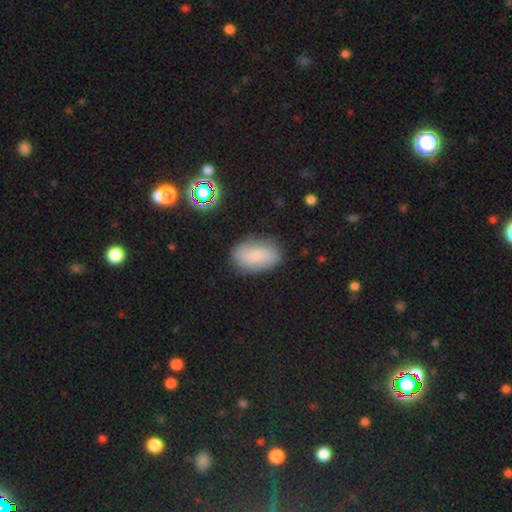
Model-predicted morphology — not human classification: Smooth or featured? Predicted: smooth (p=0.72). How rounded? Predicted: in between (p=0.90). Merging? Predicted: none (p=0.76).